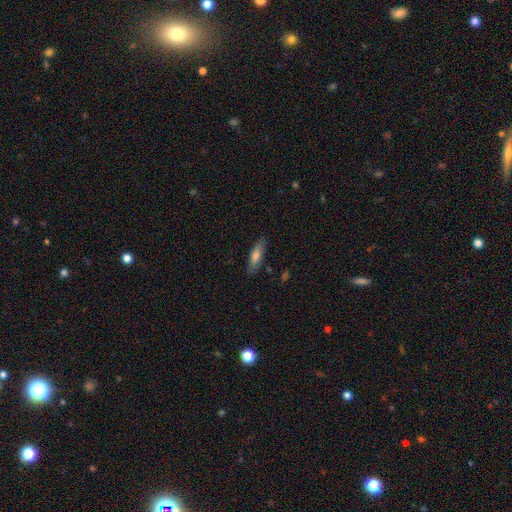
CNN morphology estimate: Smooth or featured? Predicted: smooth (p=0.72). How rounded? Predicted: cigar-shaped (p=0.52). Merging? Predicted: none (p=0.82).